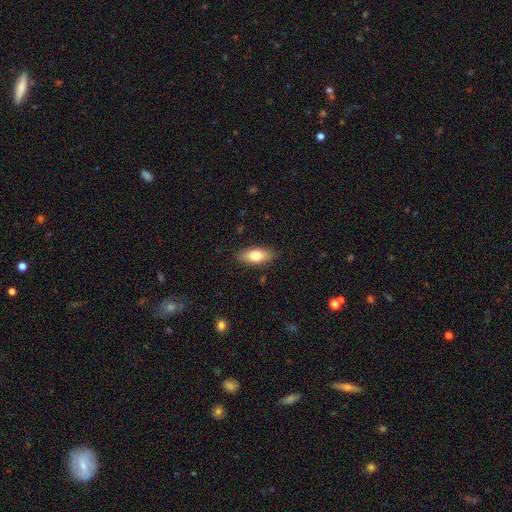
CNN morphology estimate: This appears to be a smooth galaxy with no disk features (77%) that is in between round and cigar-shaped (83%). Merging: none (87%).